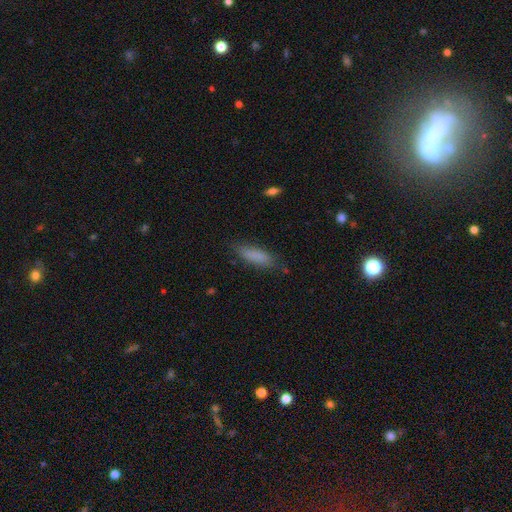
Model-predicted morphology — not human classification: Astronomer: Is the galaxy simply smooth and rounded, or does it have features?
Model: smooth — 83%.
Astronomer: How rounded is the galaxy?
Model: cigar-shaped — 55% (runner-up: in between, 44%).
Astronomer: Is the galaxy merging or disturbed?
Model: none — 78%.